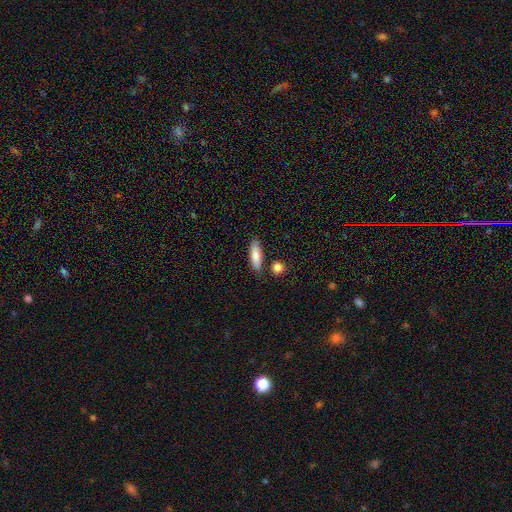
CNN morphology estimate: The model was most divided on "how rounded": in between: 51%, cigar-shaped: 46%, round: 3%. More confident: merging — none (80%); smooth or featured — smooth (80%).